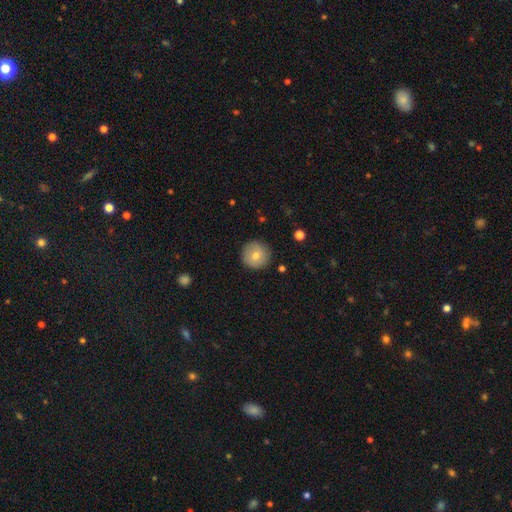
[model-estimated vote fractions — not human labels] Morphology: type=smooth (77%); roundness=round (96%); merging=none (89%).